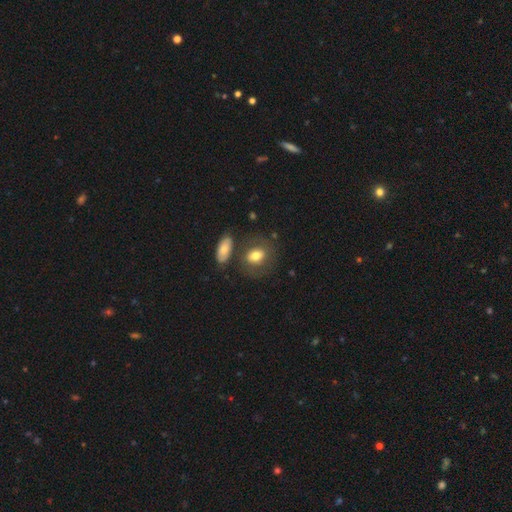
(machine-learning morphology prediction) smooth_or_featured: smooth (p=0.70) [alt: featured or disk p=0.22]
how_rounded: in between (p=0.64) [alt: round p=0.34]
merging: none (p=0.65) [alt: minor disturbance p=0.15]